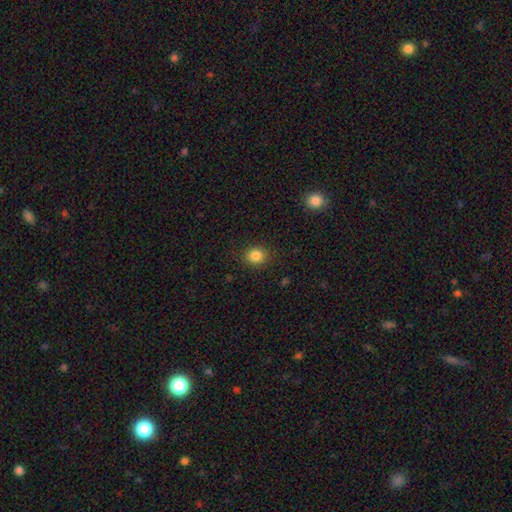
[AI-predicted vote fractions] A smooth galaxy with no disk features (85%) that is round (77%).

Vote fractions:
- Smooth or featured? smooth: 85% / star or artifact: 11% / featured or disk: 4%
- How rounded? round: 77% / in between: 22% / cigar-shaped: 1%
- Merging? none: 89% / minor disturbance: 8% / major disturbance: 2% / merger: 1%